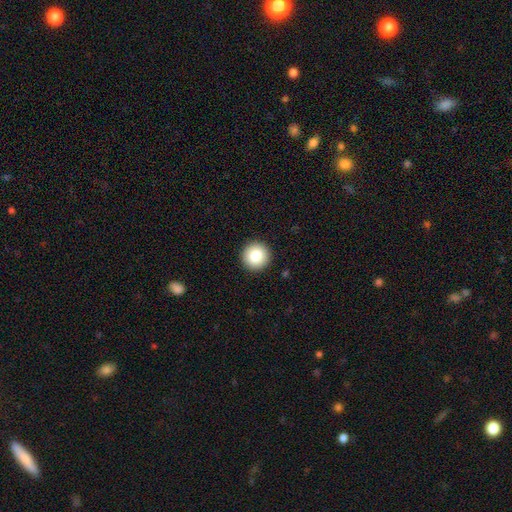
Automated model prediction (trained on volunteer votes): smooth 83%, star or artifact 9%, featured or disk 8%. Down the decision tree: how rounded — round (96%); merging — none (93%).